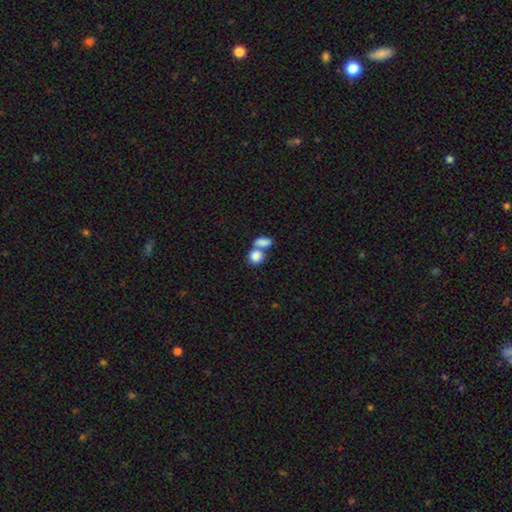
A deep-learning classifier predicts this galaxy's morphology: A smooth galaxy with no disk features (84%) that is round (57%). Merging: merger (59%).